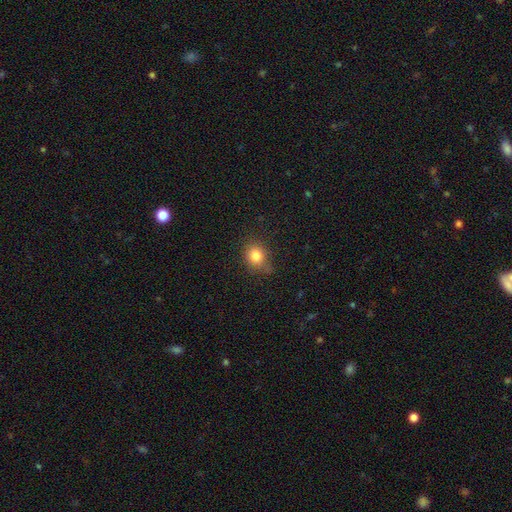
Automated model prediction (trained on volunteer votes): Smooth or featured: smooth — 82% (star or artifact — 11%)
How rounded: round — 69% (in between — 30%)
Merging: none — 72% (minor disturbance — 21%)